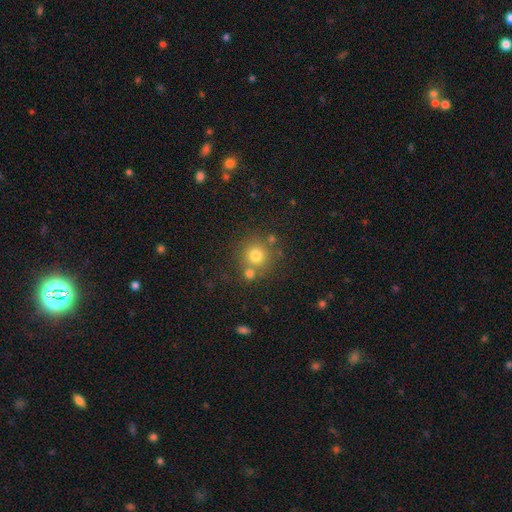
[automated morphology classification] Smooth or featured? Predicted: smooth (p=0.74). How rounded? Predicted: round (p=0.92). Merging? Predicted: none (p=0.69).